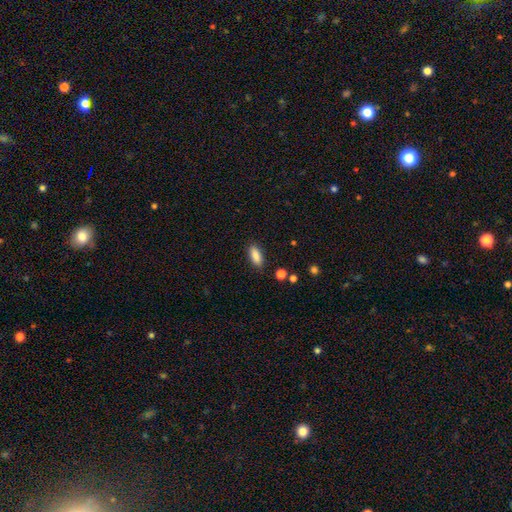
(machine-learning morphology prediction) Smooth or featured?
  - smooth: 87% *
  - star or artifact: 8%
  - featured or disk: 6%
How rounded?
  - in between: 81% *
  - cigar-shaped: 17%
  - round: 2%
Merging?
  - none: 86% *
  - minor disturbance: 10%
  - major disturbance: 3%
  - merger: 2%